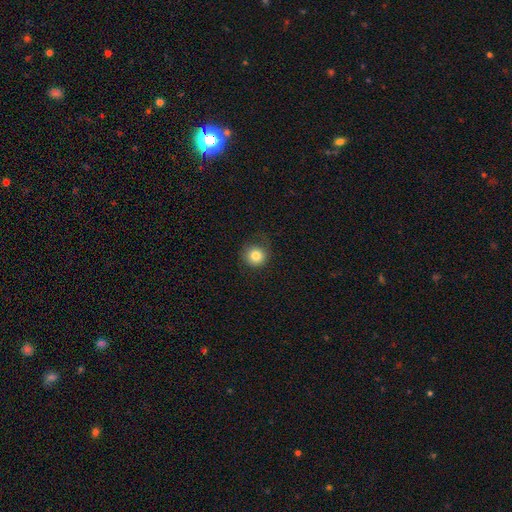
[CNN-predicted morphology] smooth_or_featured: smooth (p=0.82) [alt: star or artifact p=0.10]
how_rounded: round (p=0.93) [alt: in between p=0.06]
merging: none (p=0.77) [alt: minor disturbance p=0.15]